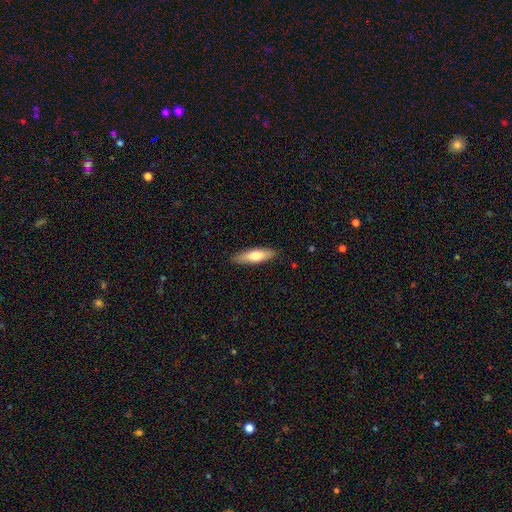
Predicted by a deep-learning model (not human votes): Smooth or featured? smooth (70%)
How rounded? cigar-shaped (61%)
Merging? none (87%)